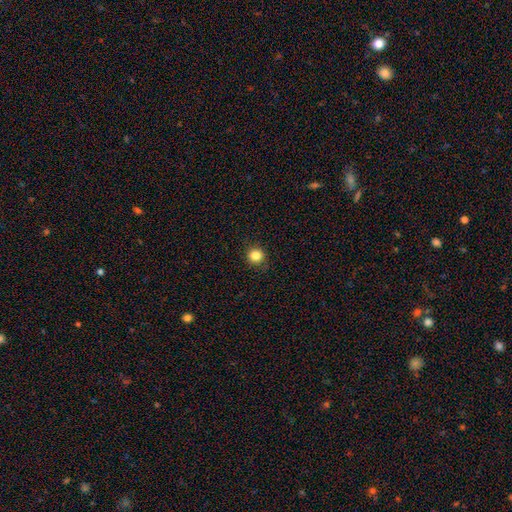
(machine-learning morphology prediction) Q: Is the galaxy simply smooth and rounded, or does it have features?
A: smooth — 84%.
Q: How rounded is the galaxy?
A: round — 91%.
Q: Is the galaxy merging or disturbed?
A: none — 90%.